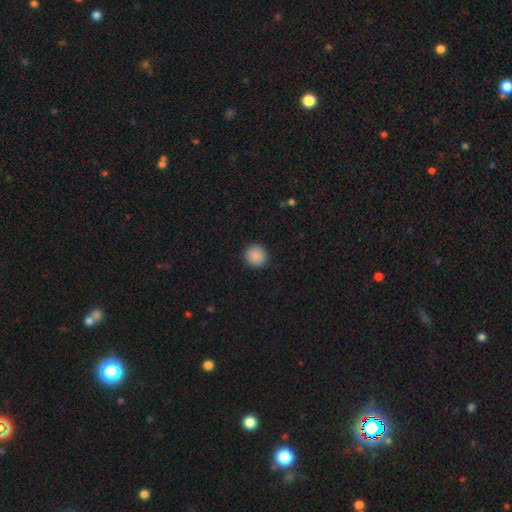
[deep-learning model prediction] Smooth or featured: smooth — 89% (star or artifact — 9%)
How rounded: round — 95% (in between — 4%)
Merging: none — 92% (minor disturbance — 5%)